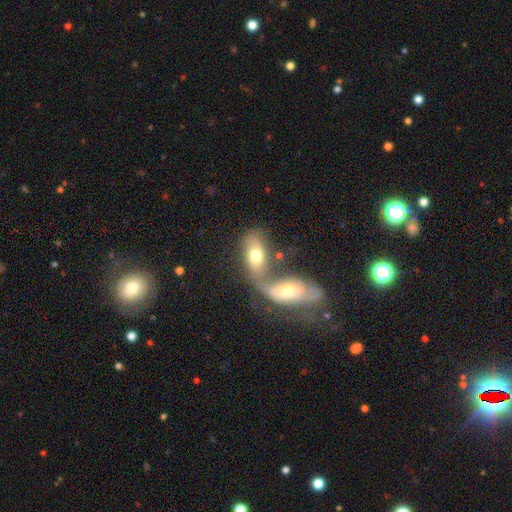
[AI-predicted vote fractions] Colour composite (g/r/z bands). It shows a smooth galaxy with no disk features (58%) that is in between round and cigar-shaped (86%). Merging: merger (67%).